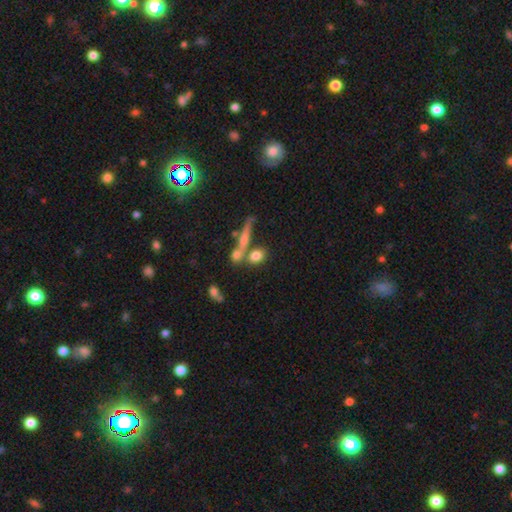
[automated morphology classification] smooth 74%, featured or disk 15%, star or artifact 10%. Down the decision tree: how rounded — in between (53%); merging — none (55%).